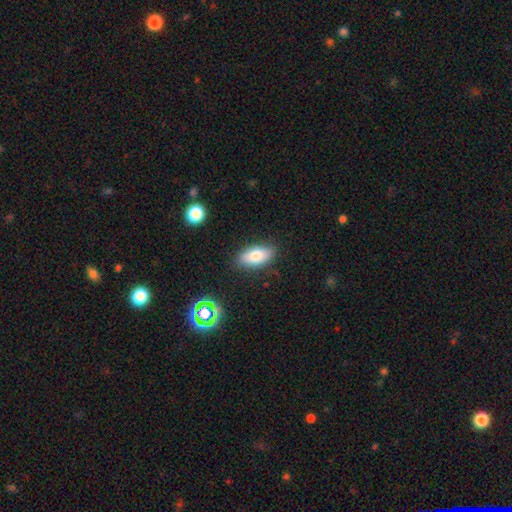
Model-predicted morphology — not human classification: Q: Smooth or featured?
A: smooth (76%); runner-up: featured or disk (16%)
Q: How rounded?
A: in between (90%); runner-up: cigar-shaped (5%)
Q: Merging?
A: none (86%); runner-up: minor disturbance (11%)